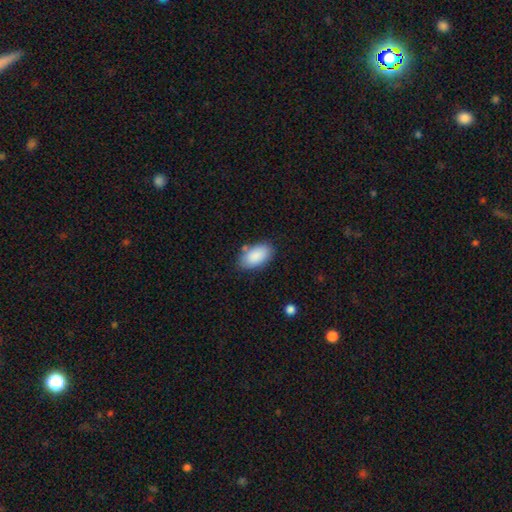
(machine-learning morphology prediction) smooth 88%, star or artifact 6%, featured or disk 6%. Down the decision tree: how rounded — in between (95%); merging — none (78%).